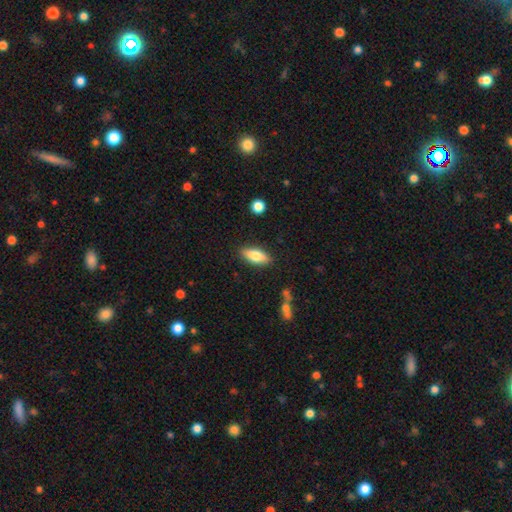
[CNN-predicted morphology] This is likely a smooth galaxy (75%). How rounded: likely in between (78%). Merging: clearly none (86%).